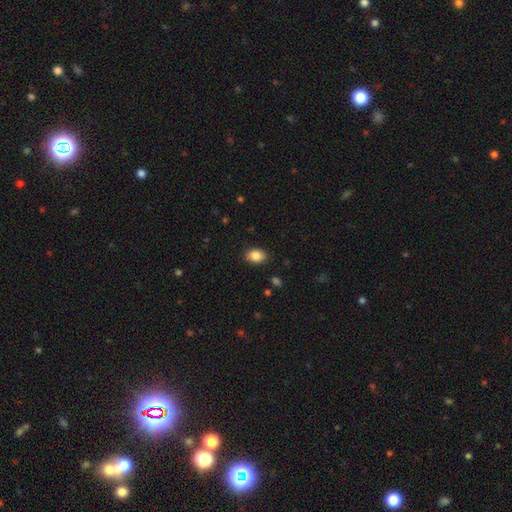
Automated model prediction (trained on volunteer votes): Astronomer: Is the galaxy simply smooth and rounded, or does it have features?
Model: smooth — 86%.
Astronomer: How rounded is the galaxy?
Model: in between — 70%.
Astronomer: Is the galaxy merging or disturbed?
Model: none — 87%.